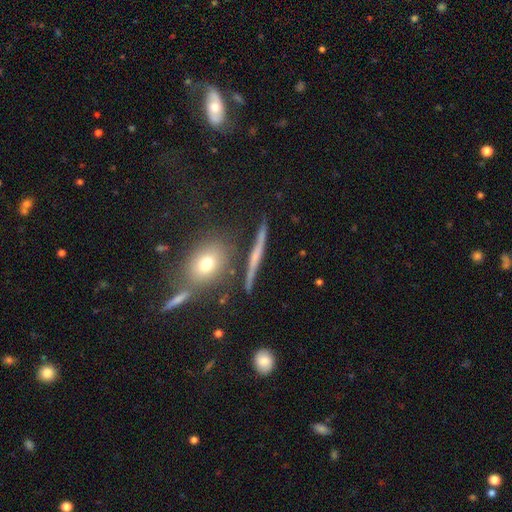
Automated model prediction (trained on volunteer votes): This is possibly a featured or disk galaxy (59%). It is clearly viewed edge-on (91%). Edge-on bulge: possibly none (59%). Merging: clearly none (82%).